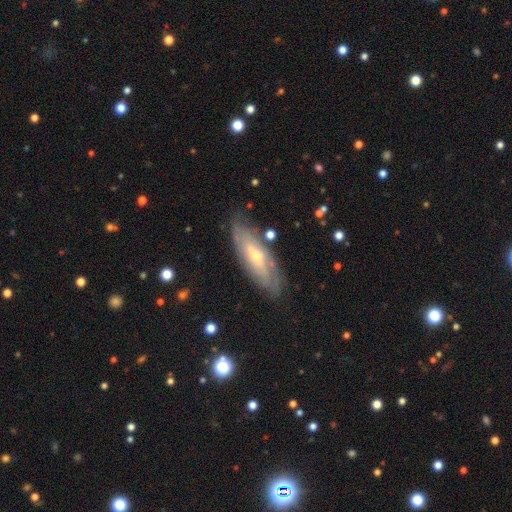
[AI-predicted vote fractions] A featured or disk galaxy (64%).

Vote fractions:
- Smooth or featured? featured or disk: 64% / smooth: 29% / star or artifact: 7%
- Edge-on disk? no: 71% / yes: 29%
- Merging? none: 77% / minor disturbance: 16% / major disturbance: 4% / merger: 2%